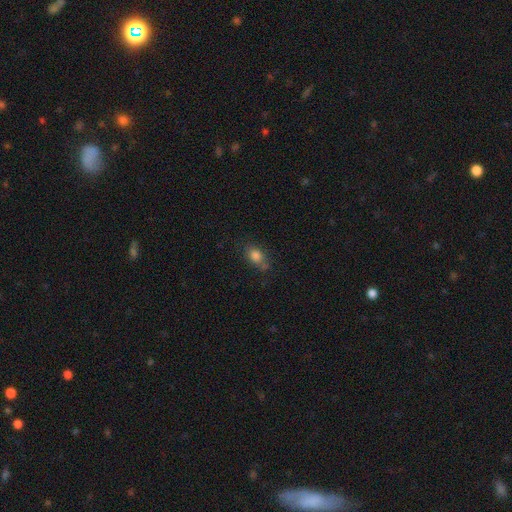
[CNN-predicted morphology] smooth 81%, star or artifact 10%, featured or disk 9%. Down the decision tree: how rounded — in between (71%); merging — none (64%).